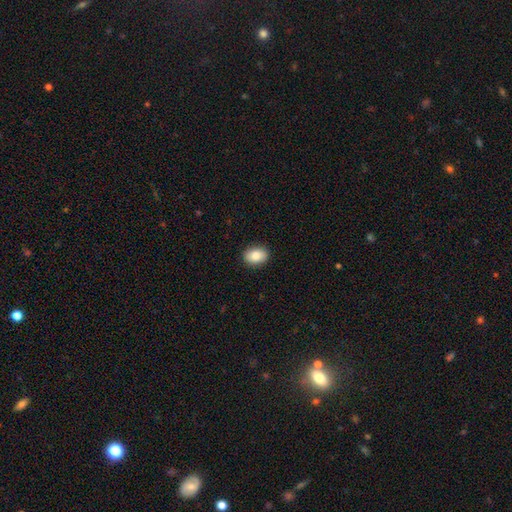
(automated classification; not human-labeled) smooth_or_featured: smooth (p=0.86) [alt: star or artifact p=0.08]
how_rounded: in between (p=0.71) [alt: round p=0.28]
merging: none (p=0.90) [alt: minor disturbance p=0.07]